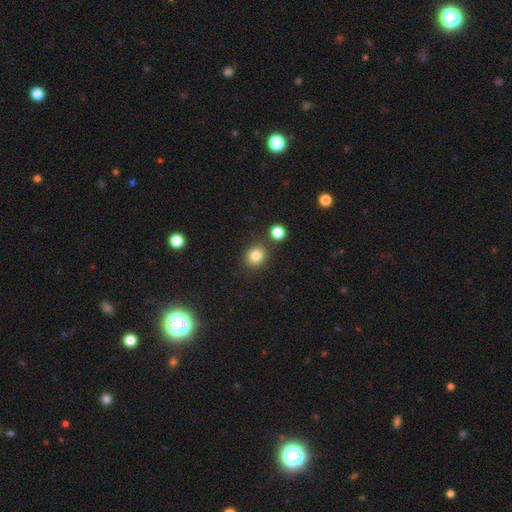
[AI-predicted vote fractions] Q: Smooth or featured?
A: smooth (83%); runner-up: star or artifact (12%)
Q: How rounded?
A: round (74%); runner-up: in between (25%)
Q: Merging?
A: none (81%); runner-up: minor disturbance (8%)